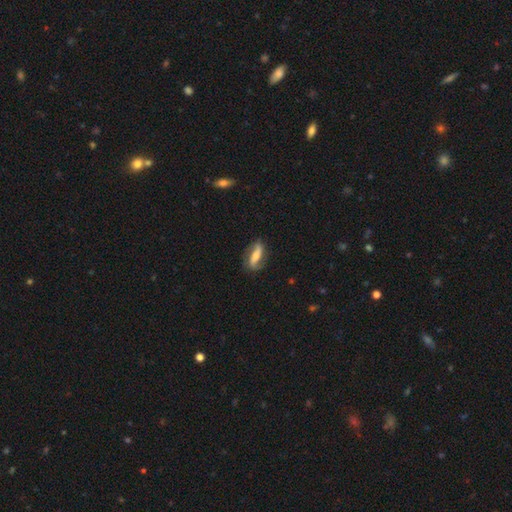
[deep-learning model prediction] Q: Smooth or featured?
A: featured or disk (67%); runner-up: smooth (26%)
Q: Edge-on disk?
A: no (86%); runner-up: yes (14%)
Q: Bar?
A: strong (49%); runner-up: weak (26%)
Q: Spiral arms?
A: yes (89%); runner-up: no (11%)
Q: Spiral winding?
A: loose (53%); runner-up: medium (30%)
Q: Spiral arm count?
A: 2 (87%); runner-up: can't tell (5%)
Q: Bulge size?
A: moderate (47%); runner-up: small (37%)
Q: Merging?
A: none (75%); runner-up: minor disturbance (17%)